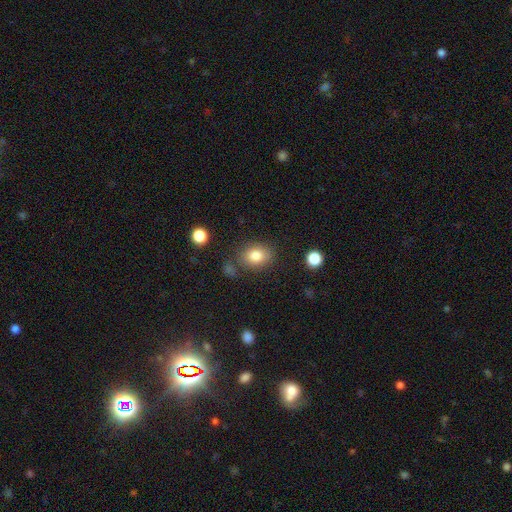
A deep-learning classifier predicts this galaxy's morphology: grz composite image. It shows a smooth galaxy with no disk features (84%) that is in between round and cigar-shaped (57%). Merging: none (76%).